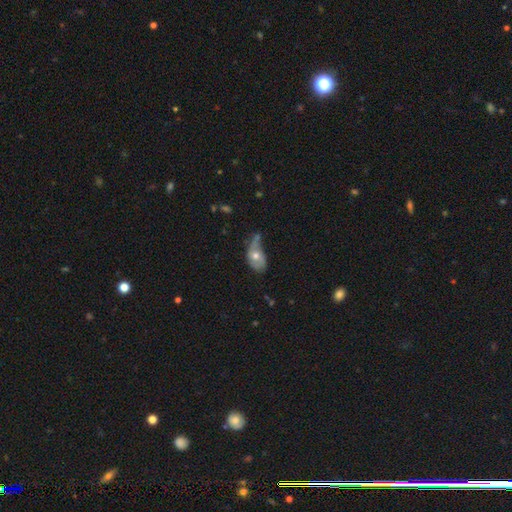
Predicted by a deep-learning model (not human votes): A smooth galaxy with no disk features (48%).

Vote fractions:
- Smooth or featured? smooth: 48% / featured or disk: 45% / star or artifact: 8%
- Merging? minor disturbance: 33% / major disturbance: 28% / none: 24% / merger: 15%